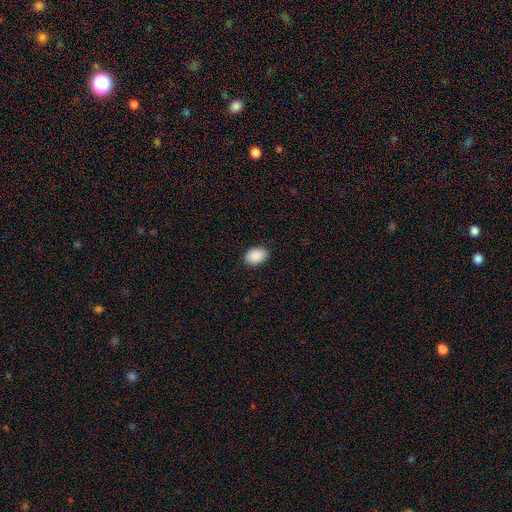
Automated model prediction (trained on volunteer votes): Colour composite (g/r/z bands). It shows a smooth galaxy with no disk features (90%) that is in between round and cigar-shaped (86%). Merging: none (88%).